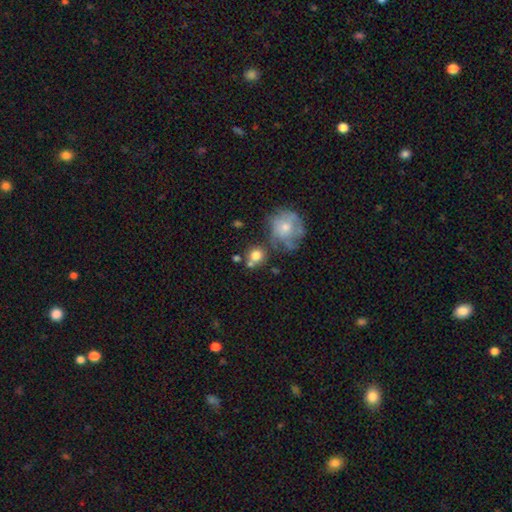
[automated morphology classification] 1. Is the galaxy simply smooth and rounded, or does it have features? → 76% smooth, 15% featured or disk, 10% star or artifact.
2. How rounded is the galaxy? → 86% round, 13% in between, 1% cigar-shaped.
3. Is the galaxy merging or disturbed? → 58% none, 22% merger, 14% minor disturbance, 7% major disturbance.